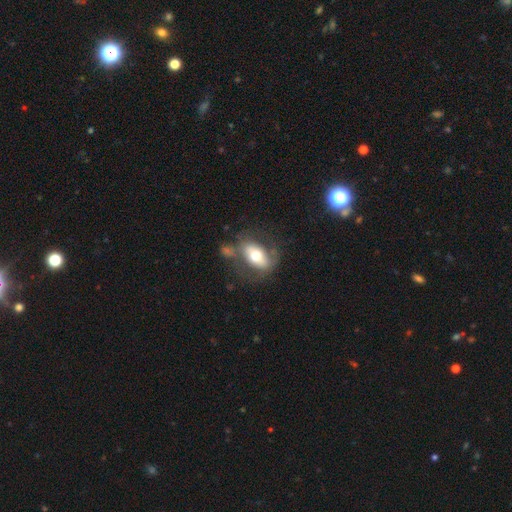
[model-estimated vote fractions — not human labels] The model was most divided on "smooth or featured": smooth: 54%, featured or disk: 39%, star or artifact: 7%. More confident: how rounded — in between (85%); merging — none (53%).